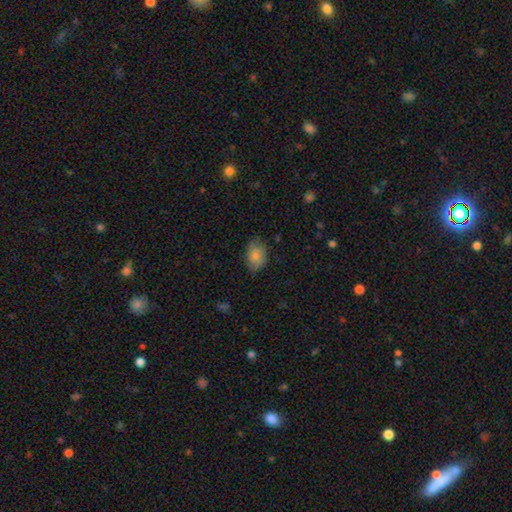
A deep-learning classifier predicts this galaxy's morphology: Smooth or featured? Predicted: smooth (p=0.83). How rounded? Predicted: in between (p=0.72). Merging? Predicted: none (p=0.72).